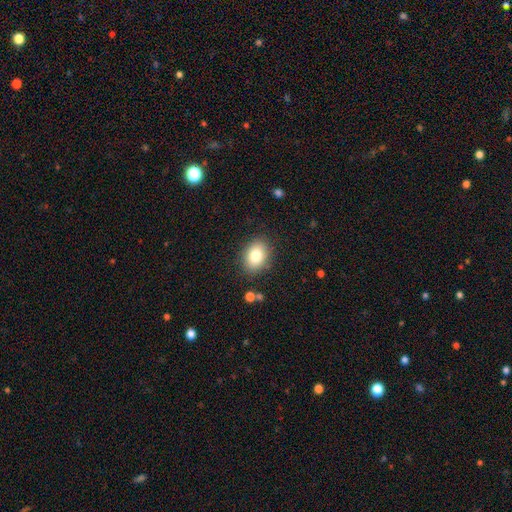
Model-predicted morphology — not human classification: Smooth or featured? Predicted: smooth (p=0.81). How rounded? Predicted: in between (p=0.70). Merging? Predicted: none (p=0.86).